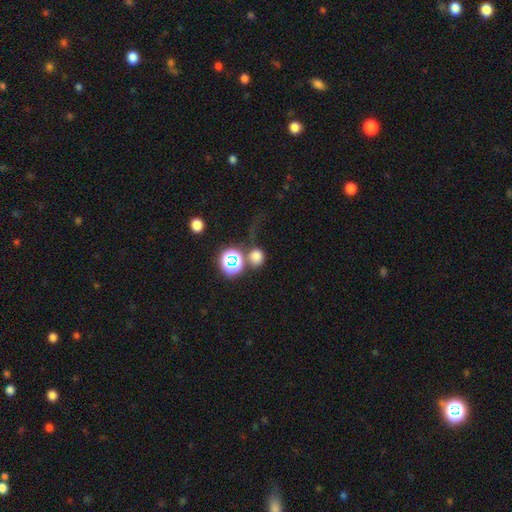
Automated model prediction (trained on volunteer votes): Smooth or featured? Predicted: smooth (p=0.70). How rounded? Predicted: round (p=0.75). Merging? Predicted: none (p=0.56).